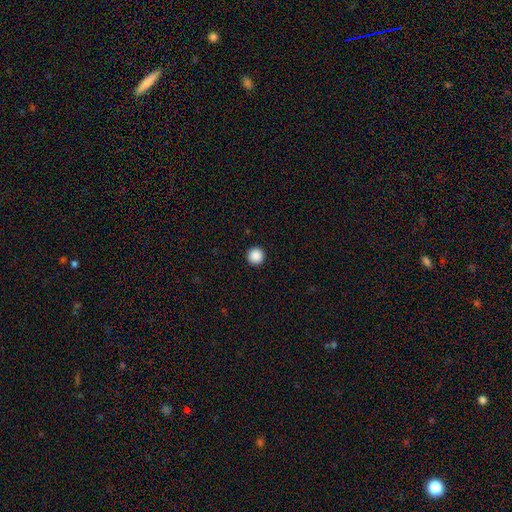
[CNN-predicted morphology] type=smooth (89%); roundness=round (97%); merging=none (94%).